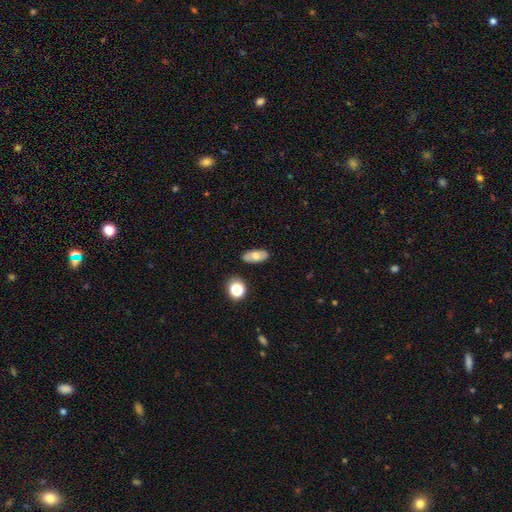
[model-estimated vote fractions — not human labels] Smooth or featured? smooth (65%)
How rounded? in between (86%)
Merging? none (84%)